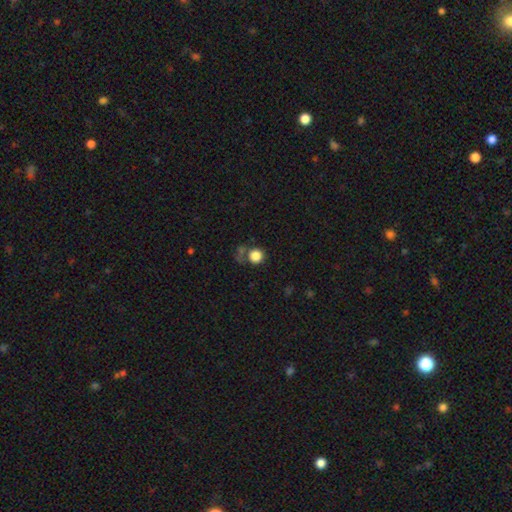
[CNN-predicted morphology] Smooth or featured? smooth (82%)
How rounded? round (90%)
Merging? none (61%)